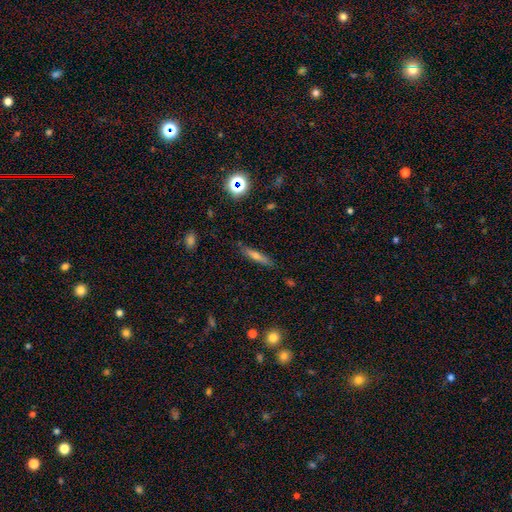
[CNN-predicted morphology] smooth-or-featured: smooth: 52% | featured or disk: 37% | star or artifact: 11%
  how-rounded: cigar-shaped: 87% | in between: 11% | round: 3%
  merging: none: 83% | minor disturbance: 12% | major disturbance: 2% | merger: 2%